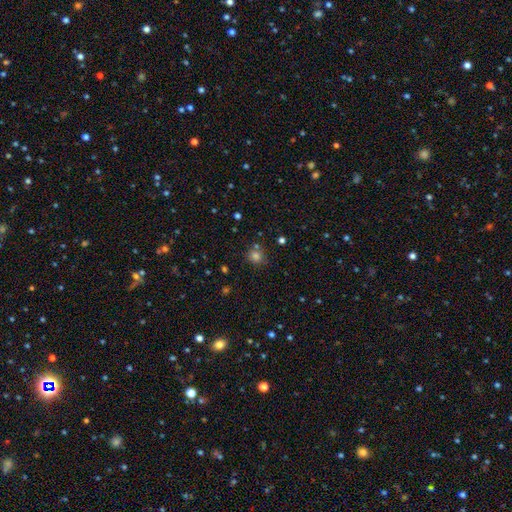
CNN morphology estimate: Smooth or featured? smooth (77%)
How rounded? round (86%)
Merging? none (74%)